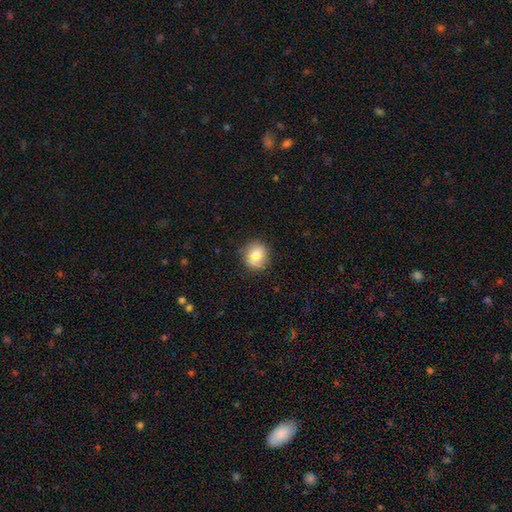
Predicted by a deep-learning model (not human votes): Q: Smooth or featured?
A: smooth (73%); runner-up: featured or disk (15%)
Q: How rounded?
A: round (79%); runner-up: in between (20%)
Q: Merging?
A: none (77%); runner-up: minor disturbance (13%)